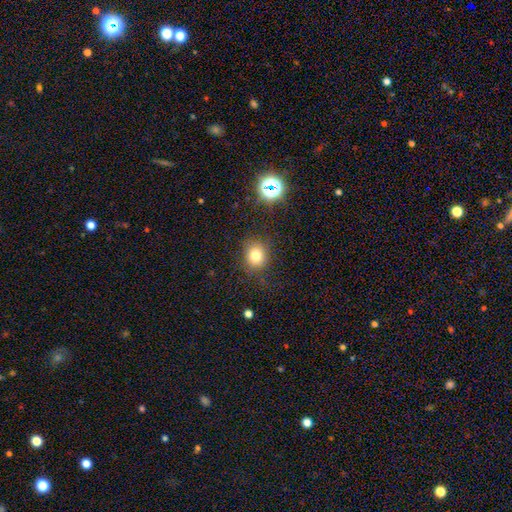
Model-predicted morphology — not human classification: Overall: smooth (76%). How rounded: round (73%). Merging: none (82%).